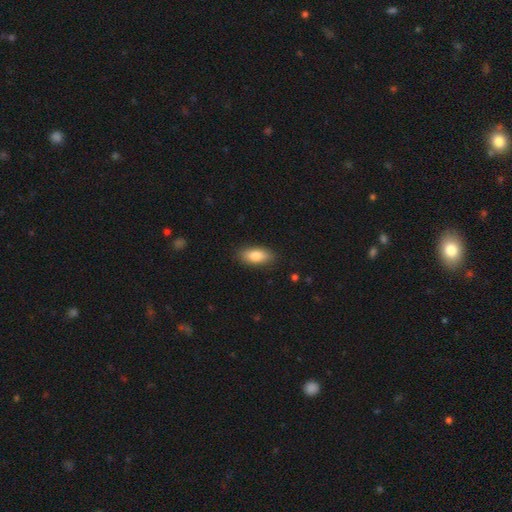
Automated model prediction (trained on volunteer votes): A smooth galaxy with no disk features (83%) that is in between round and cigar-shaped (84%). Merging: none (86%).